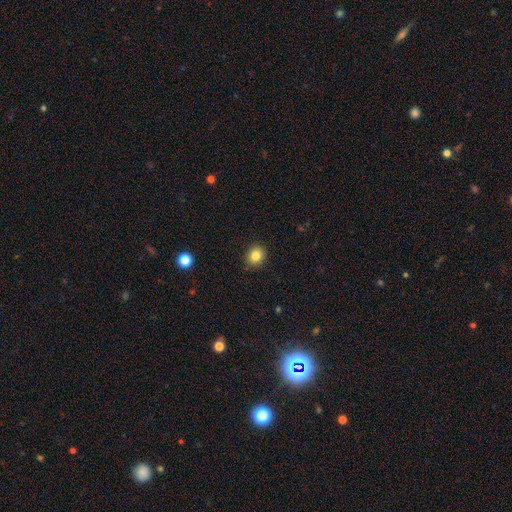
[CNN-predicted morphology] Smooth or featured? smooth (84%)
How rounded? round (81%)
Merging? none (89%)